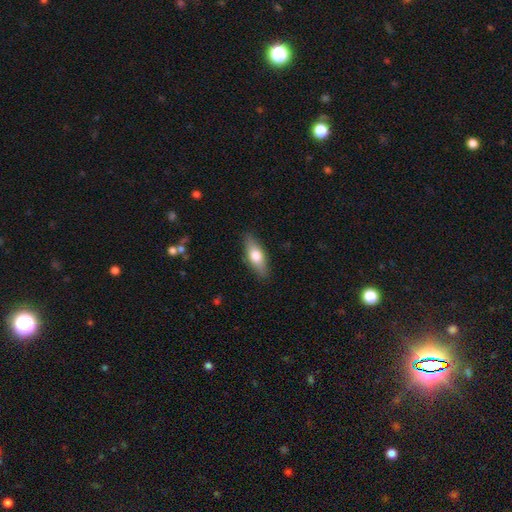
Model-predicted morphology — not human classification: Smooth or featured? smooth (66%)
How rounded? in between (68%)
Merging? none (86%)